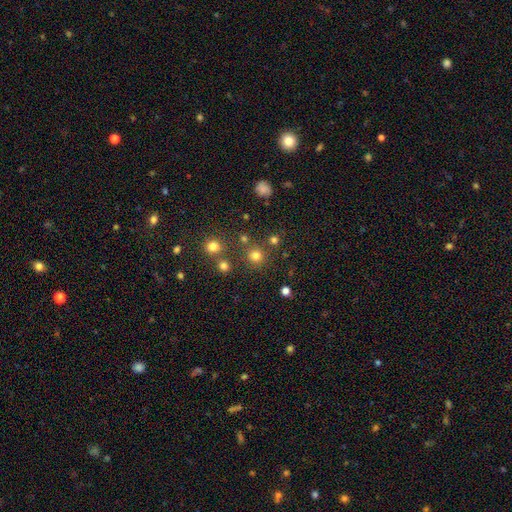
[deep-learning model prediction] Morphology: type=smooth (76%); roundness=round (92%); merging=none (80%).